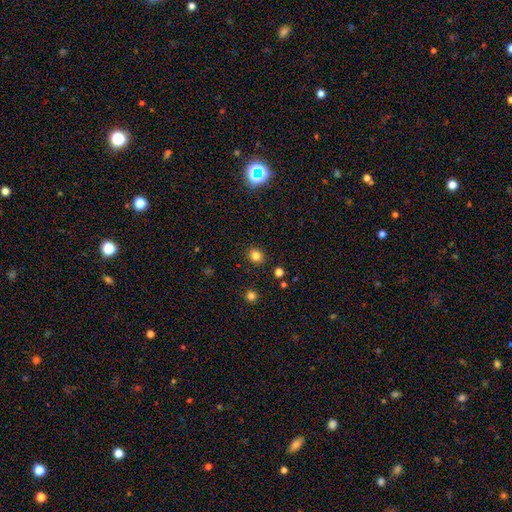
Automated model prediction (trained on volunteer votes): A smooth galaxy with no disk features (81%) that is round (70%).

Vote fractions:
- Smooth or featured? smooth: 81% / star or artifact: 14% / featured or disk: 5%
- How rounded? round: 70% / in between: 29% / cigar-shaped: 1%
- Merging? none: 89% / minor disturbance: 7% / major disturbance: 2% / merger: 2%